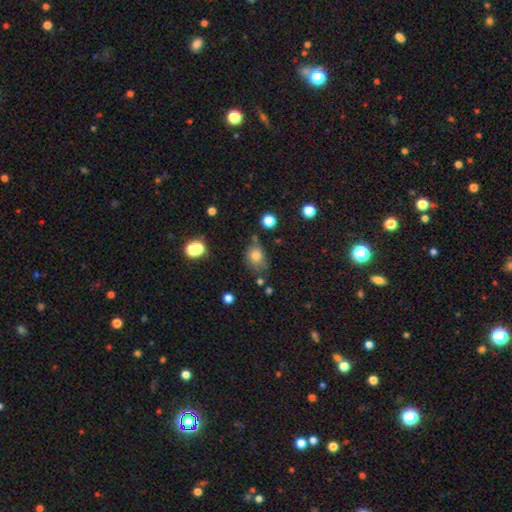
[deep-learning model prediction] Q: Smooth or featured?
A: smooth (75%); runner-up: star or artifact (13%)
Q: How rounded?
A: in between (54%); runner-up: round (45%)
Q: Merging?
A: none (57%); runner-up: minor disturbance (26%)